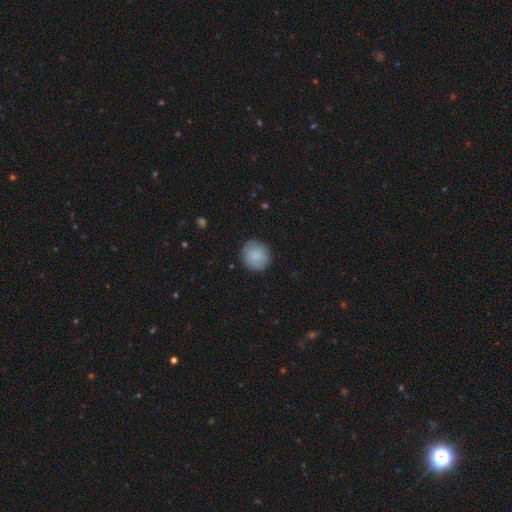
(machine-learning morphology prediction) This appears to be a smooth galaxy with no disk features (88%) that is round (90%). Merging: none (88%).